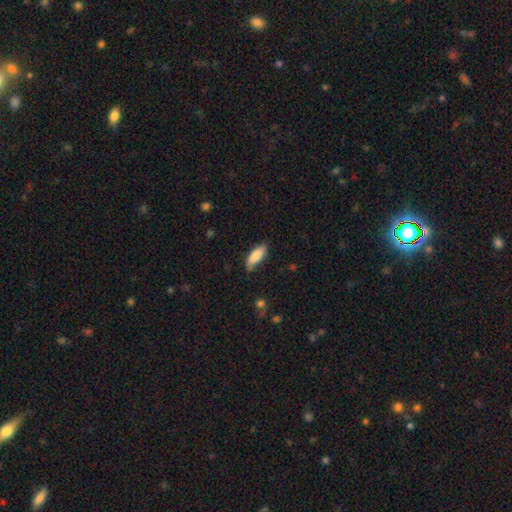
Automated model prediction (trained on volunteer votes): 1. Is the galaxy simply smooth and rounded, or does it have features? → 84% smooth, 9% featured or disk, 6% star or artifact.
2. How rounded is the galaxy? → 73% in between, 25% cigar-shaped, 2% round.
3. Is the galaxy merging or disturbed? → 68% none, 25% minor disturbance, 5% major disturbance, 2% merger.